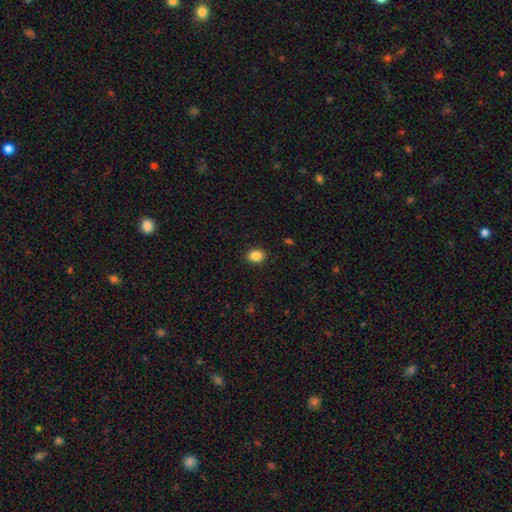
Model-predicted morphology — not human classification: smooth_or_featured: smooth (p=0.87) [alt: star or artifact p=0.09]
how_rounded: in between (p=0.62) [alt: round p=0.38]
merging: none (p=0.89) [alt: minor disturbance p=0.08]